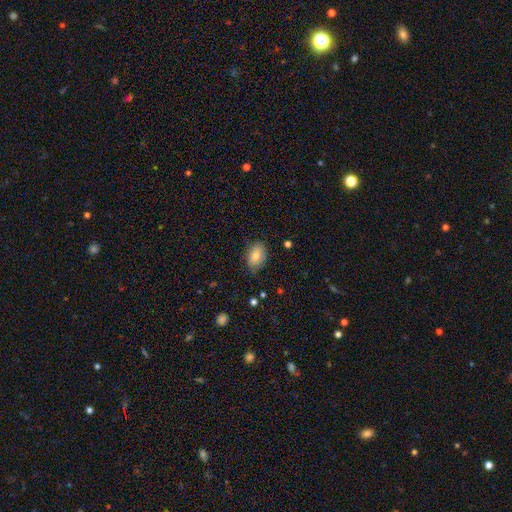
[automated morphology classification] Overall: smooth (79%). How rounded: in between (85%). Merging: none (76%).